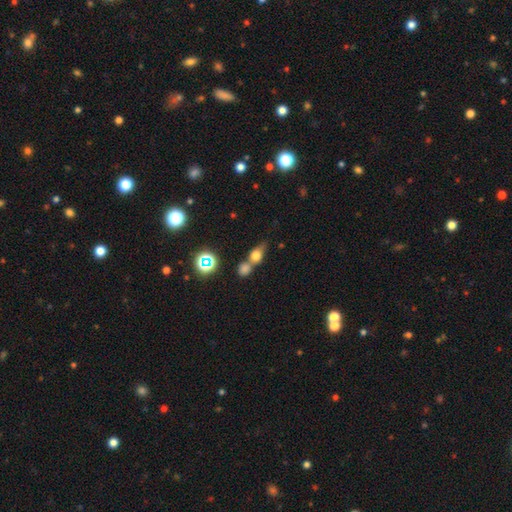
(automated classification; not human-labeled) Morphology: type=smooth (66%); roundness=in between (49%); merging=merger (50%).